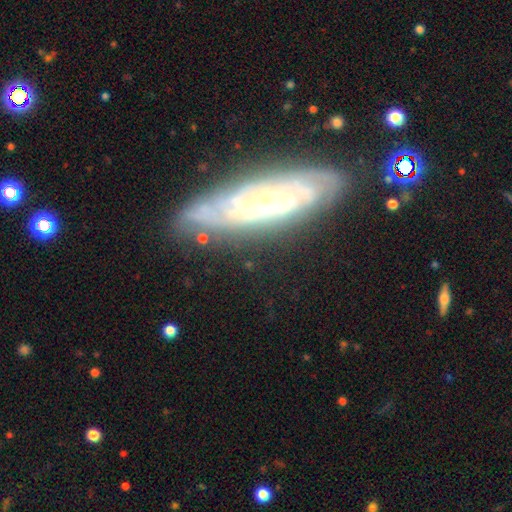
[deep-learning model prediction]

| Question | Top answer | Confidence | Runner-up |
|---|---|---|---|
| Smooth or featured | featured or disk | 80% | smooth (14%) |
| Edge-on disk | no | 76% | yes (24%) |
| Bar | no | 62% | weak (27%) |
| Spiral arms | yes | 92% | no (8%) |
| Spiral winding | tight | 77% | medium (19%) |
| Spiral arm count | can't tell | 53% | 2 (15%) |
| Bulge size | small | 60% | moderate (33%) |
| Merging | none | 80% | minor disturbance (14%) |